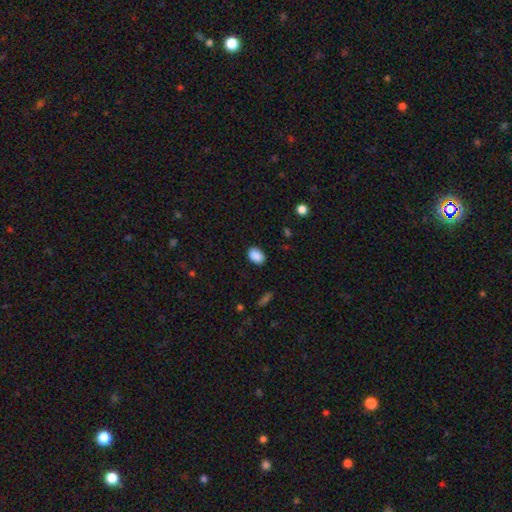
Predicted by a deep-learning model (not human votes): Smooth or featured? smooth (89%)
How rounded? in between (84%)
Merging? none (87%)